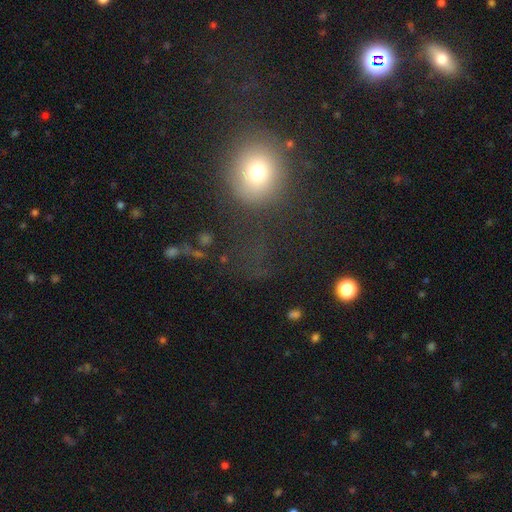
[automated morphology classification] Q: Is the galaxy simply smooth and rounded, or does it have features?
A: smooth — 57%.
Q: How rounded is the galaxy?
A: round — 75%.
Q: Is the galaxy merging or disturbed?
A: none — 54%.